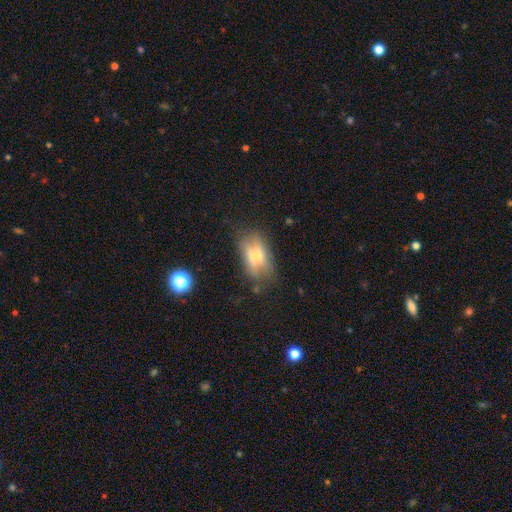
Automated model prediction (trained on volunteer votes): This appears to be a smooth galaxy with no disk features (52%) that is in between round and cigar-shaped (86%). Merging: none (49%).